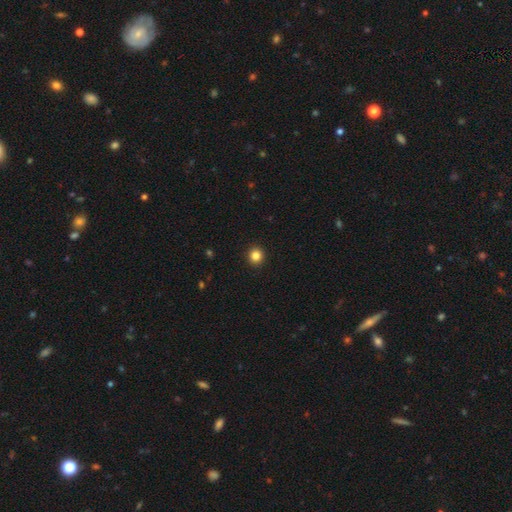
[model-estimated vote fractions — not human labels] Smooth or featured?
  - smooth: 84% *
  - star or artifact: 11%
  - featured or disk: 4%
How rounded?
  - round: 91% *
  - in between: 9%
  - cigar-shaped: 1%
Merging?
  - none: 93% *
  - minor disturbance: 4%
  - major disturbance: 2%
  - merger: 1%